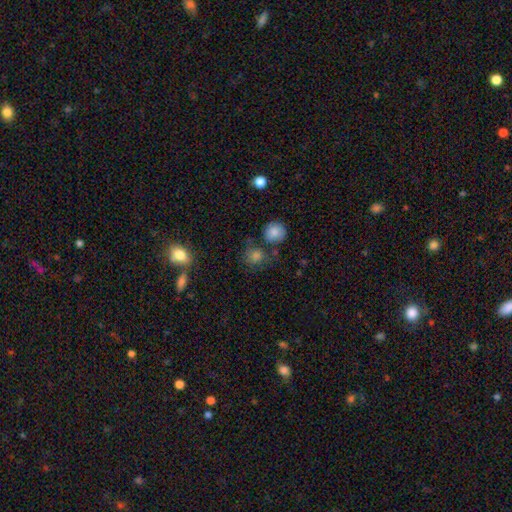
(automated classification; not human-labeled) Smooth or featured: smooth — 78% (star or artifact — 15%)
How rounded: round — 78% (in between — 21%)
Merging: none — 64% (minor disturbance — 15%)